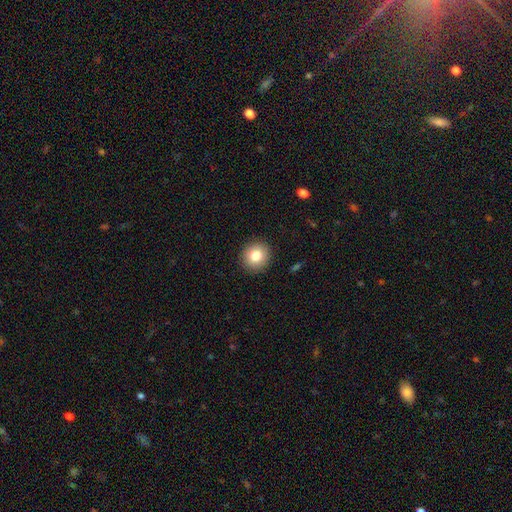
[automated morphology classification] smooth_or_featured: smooth (p=0.81) [alt: star or artifact p=0.10]
how_rounded: round (p=0.91) [alt: in between p=0.08]
merging: none (p=0.92) [alt: minor disturbance p=0.05]